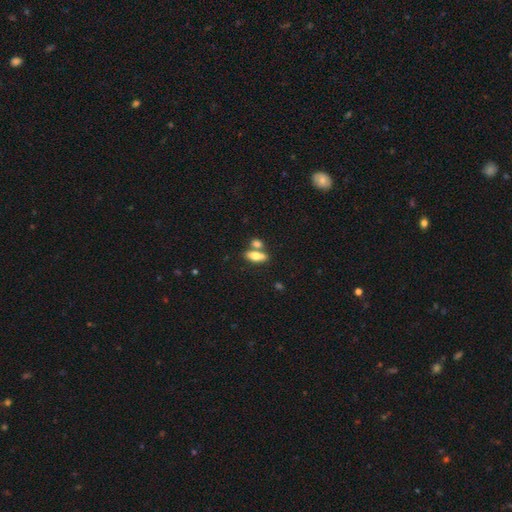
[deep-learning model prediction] Q: Smooth or featured?
A: smooth (69%); runner-up: featured or disk (24%)
Q: How rounded?
A: in between (67%); runner-up: cigar-shaped (27%)
Q: Merging?
A: none (52%); runner-up: merger (35%)